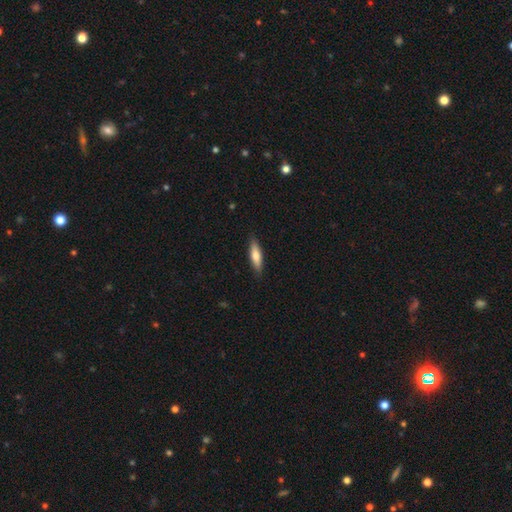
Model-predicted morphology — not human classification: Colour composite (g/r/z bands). It shows a smooth galaxy with no disk features (70%) that is cigar-shaped (63%). Merging: none (87%).